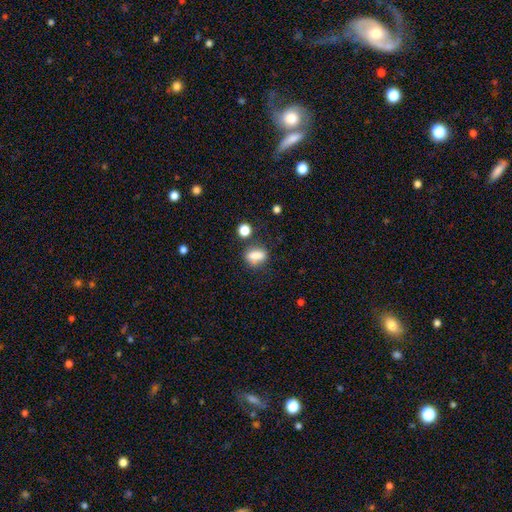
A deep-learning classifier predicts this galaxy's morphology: The model was most divided on "merging": none: 64%, minor disturbance: 18%, merger: 11%, major disturbance: 7%. More confident: smooth or featured — smooth (80%); how rounded — in between (70%).